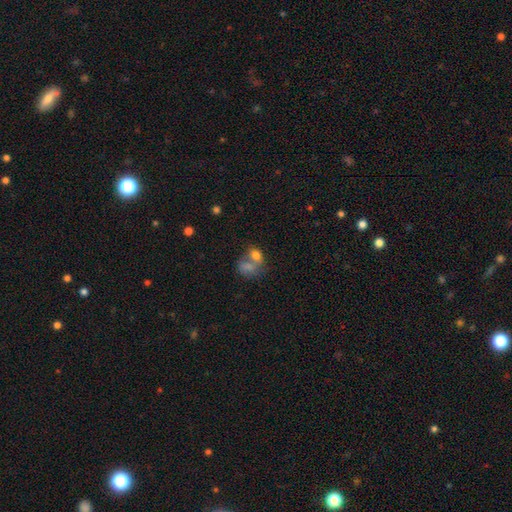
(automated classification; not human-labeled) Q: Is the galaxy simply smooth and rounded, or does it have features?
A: smooth — 73%.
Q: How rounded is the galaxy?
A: in between — 57%.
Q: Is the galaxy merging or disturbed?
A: merger — 63%.